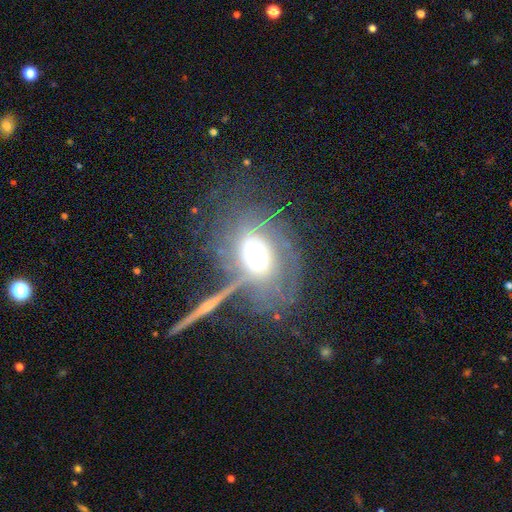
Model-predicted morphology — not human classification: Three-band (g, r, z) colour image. It shows a featured or disk galaxy (62%) with no bar (67%), spiral arms (71%) and a moderate central bulge (37%). Merging: none (47%).